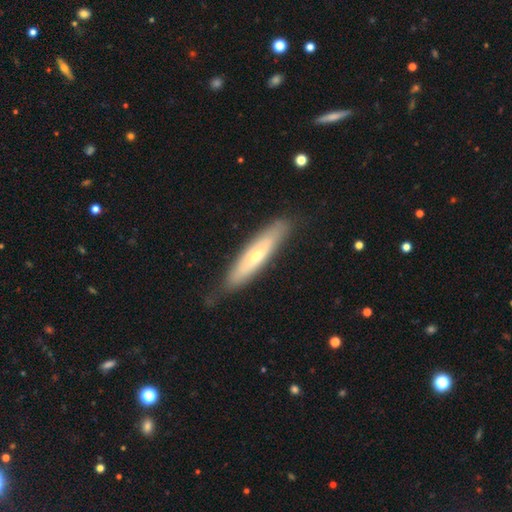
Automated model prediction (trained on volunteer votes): Morphology: type=featured or disk (48%); merging=none (79%).